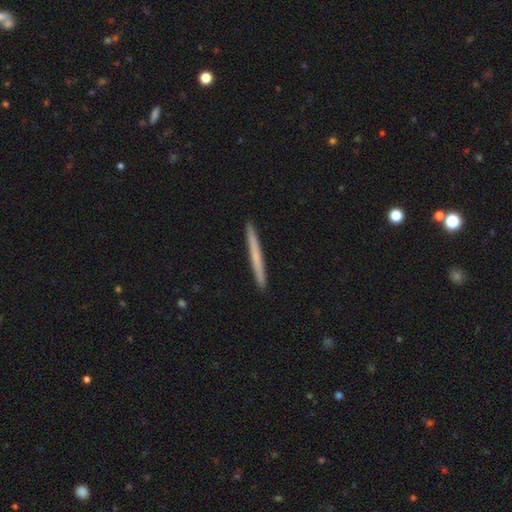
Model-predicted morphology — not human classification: Smooth or featured: smooth — 58% (featured or disk — 36%)
How rounded: cigar-shaped — 97% (in between — 1%)
Merging: none — 93% (minor disturbance — 5%)